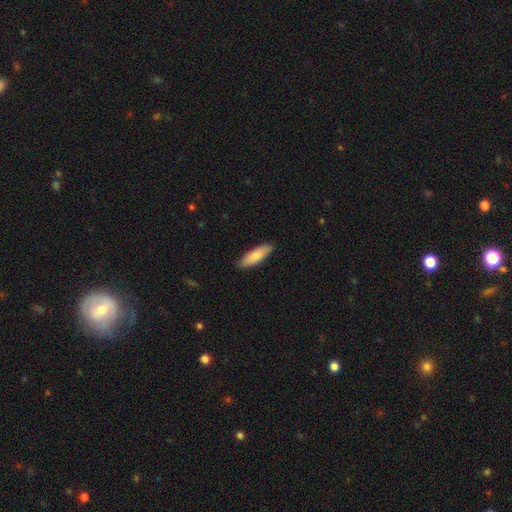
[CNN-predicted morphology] type=smooth (83%); roundness=cigar-shaped (57%); merging=none (88%).